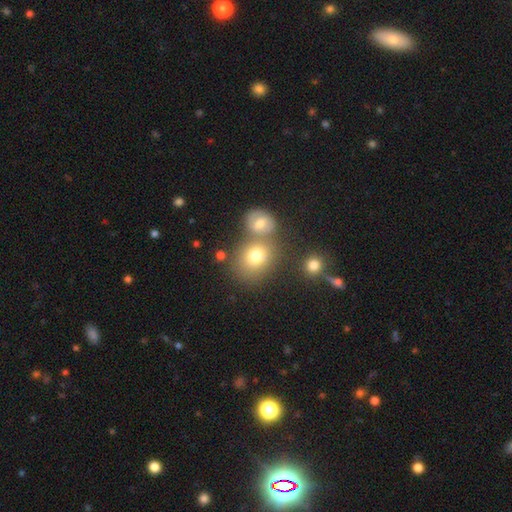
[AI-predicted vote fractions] Smooth or featured? smooth (75%)
How rounded? round (62%)
Merging? none (49%)